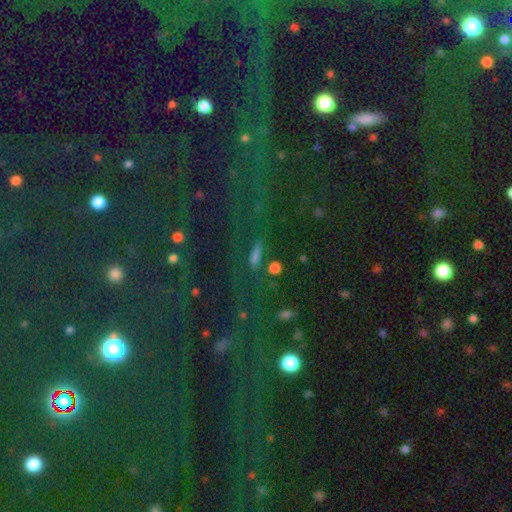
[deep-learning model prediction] Overall: smooth (50%; star or artifact 35%). Merging: none (75%).